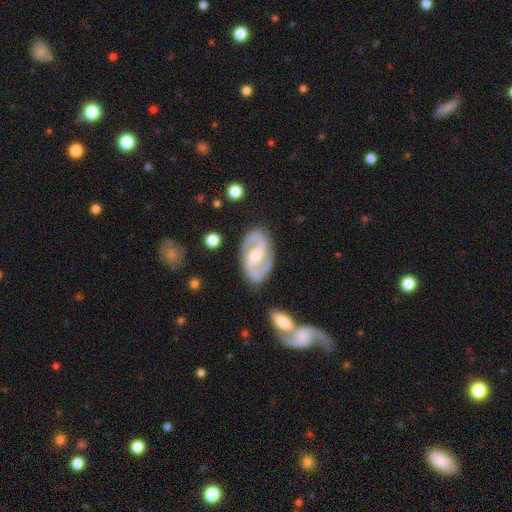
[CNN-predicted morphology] A featured or disk galaxy (89%) with a weak bar (40%), 2 (93%) medium (54%) spiral arms (96%) and a moderate central bulge (53%). Merging: none (81%).